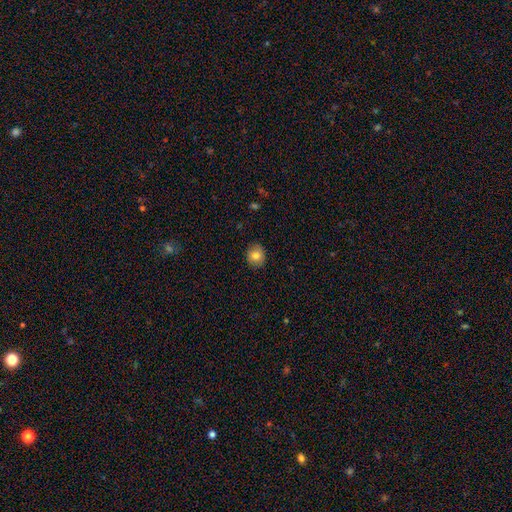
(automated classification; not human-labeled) Overall: smooth (81%). How rounded: round (80%). Merging: none (90%).